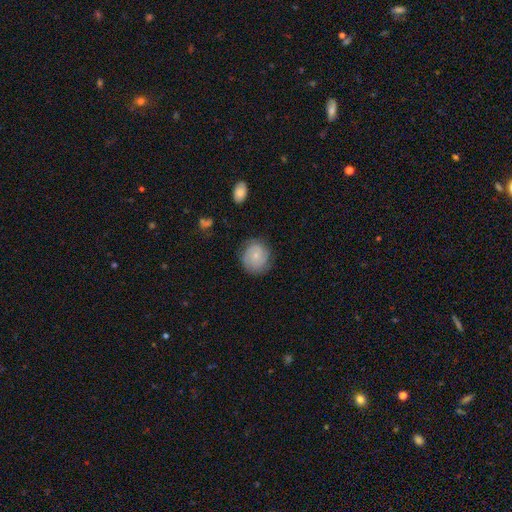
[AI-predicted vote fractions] The model was most divided on "smooth or featured": smooth: 47%, featured or disk: 45%, star or artifact: 8%. More confident: merging — none (76%).